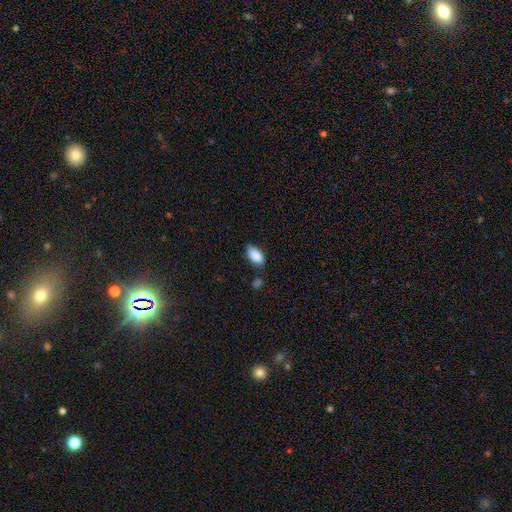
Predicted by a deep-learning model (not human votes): A smooth galaxy with no disk features (88%) that is in between round and cigar-shaped (92%).

Vote fractions:
- Smooth or featured? smooth: 88% / star or artifact: 7% / featured or disk: 5%
- How rounded? in between: 92% / cigar-shaped: 5% / round: 3%
- Merging? none: 69% / minor disturbance: 23% / major disturbance: 4% / merger: 4%